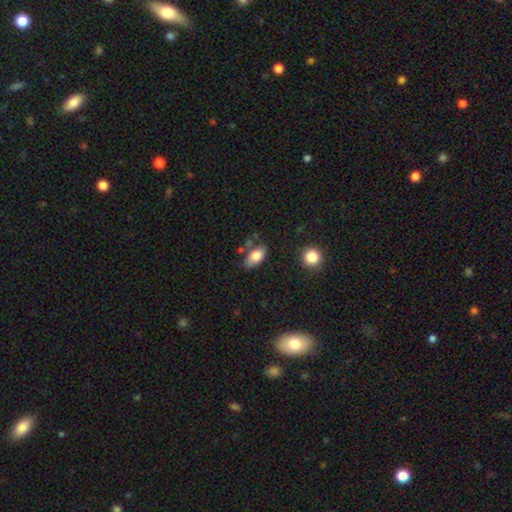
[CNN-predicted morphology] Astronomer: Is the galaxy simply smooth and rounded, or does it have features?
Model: smooth — 78%.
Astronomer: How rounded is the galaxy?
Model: in between — 90%.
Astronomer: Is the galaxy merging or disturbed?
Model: none — 64%.